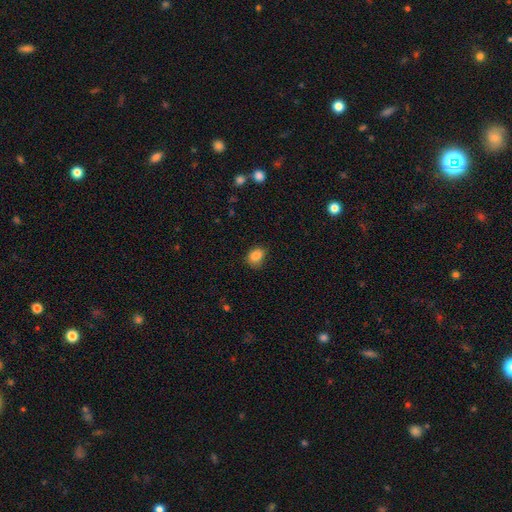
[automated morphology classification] Smooth or featured? smooth (86%)
How rounded? in between (58%)
Merging? none (68%)